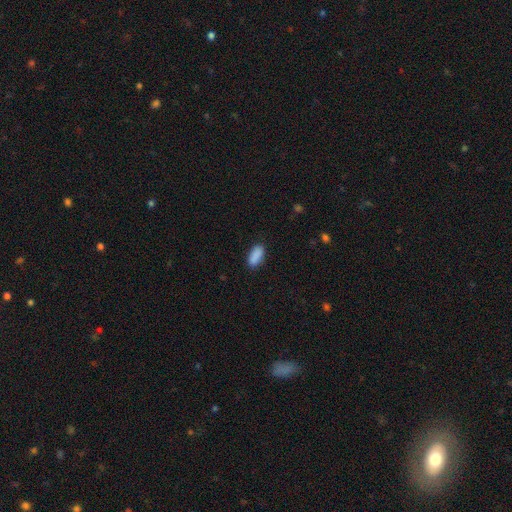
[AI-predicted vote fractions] Smooth or featured?
  - smooth: 89% *
  - star or artifact: 7%
  - featured or disk: 4%
How rounded?
  - in between: 85% *
  - cigar-shaped: 12%
  - round: 2%
Merging?
  - none: 84% *
  - minor disturbance: 12%
  - major disturbance: 3%
  - merger: 1%